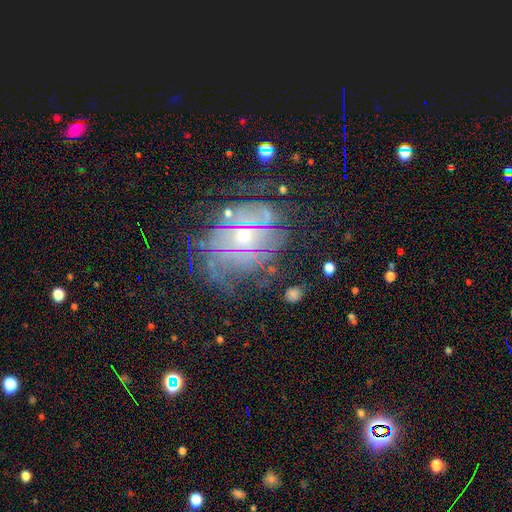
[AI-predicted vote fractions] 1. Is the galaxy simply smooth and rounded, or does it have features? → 70% featured or disk, 18% star or artifact, 12% smooth.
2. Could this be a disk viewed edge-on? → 94% no, 6% yes.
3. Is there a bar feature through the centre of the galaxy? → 60% no, 29% weak, 11% strong.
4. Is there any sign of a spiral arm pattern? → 70% yes, 30% no.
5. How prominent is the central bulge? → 46% small, 43% moderate, 4% none, 4% large, 2% dominant.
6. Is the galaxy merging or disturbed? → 65% none, 18% minor disturbance, 15% major disturbance, 3% merger.